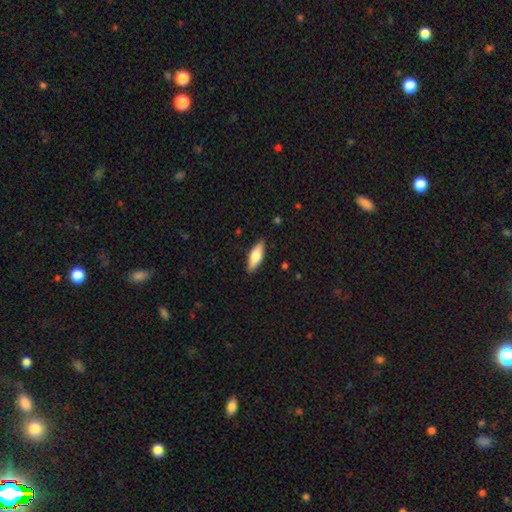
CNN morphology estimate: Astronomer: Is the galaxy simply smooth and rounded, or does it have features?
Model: smooth — 67%.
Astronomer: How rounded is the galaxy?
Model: in between — 63%.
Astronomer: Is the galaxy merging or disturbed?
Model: none — 88%.